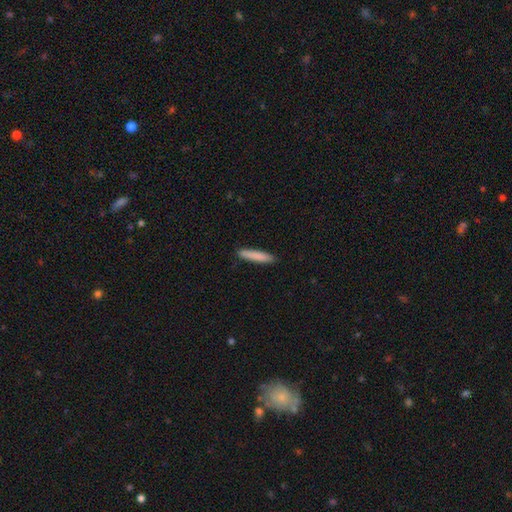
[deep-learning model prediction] Overall: smooth (84%). How rounded: cigar-shaped (91%). Merging: none (90%).